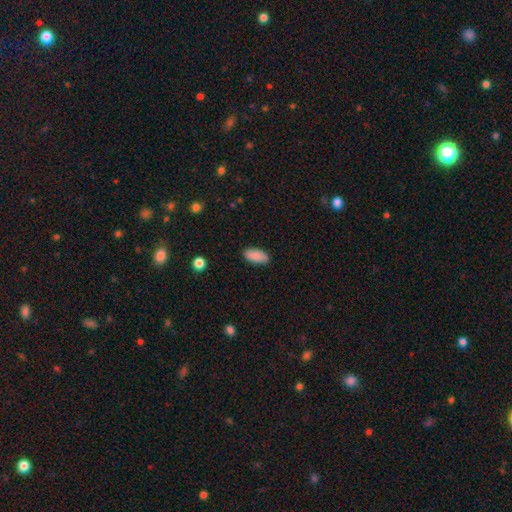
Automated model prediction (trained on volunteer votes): Smooth or featured?
  - smooth: 89% *
  - star or artifact: 7%
  - featured or disk: 4%
How rounded?
  - in between: 91% *
  - cigar-shaped: 7%
  - round: 2%
Merging?
  - none: 88% *
  - minor disturbance: 9%
  - major disturbance: 2%
  - merger: 1%